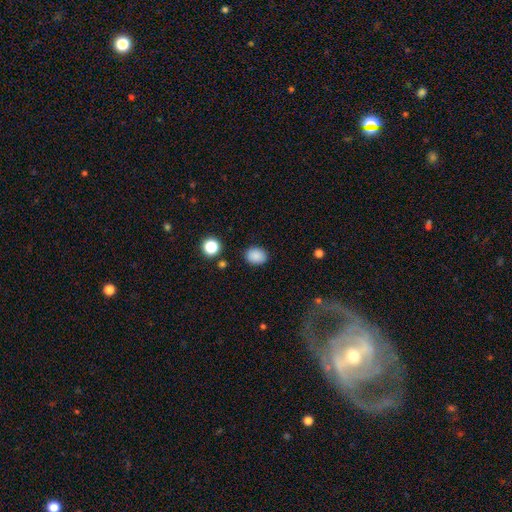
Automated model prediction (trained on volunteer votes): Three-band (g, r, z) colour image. It shows a smooth galaxy with no disk features (86%) that is round (53%). Merging: none (87%).